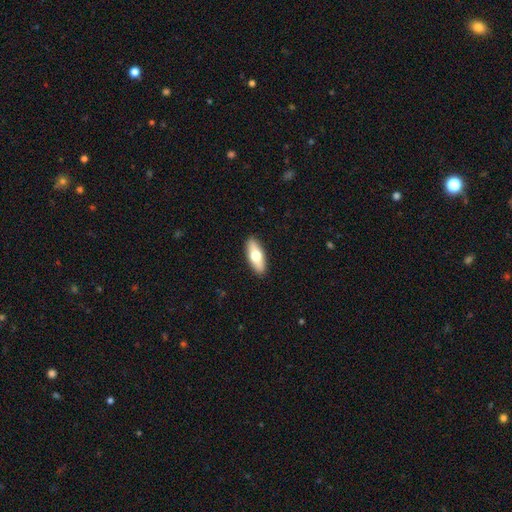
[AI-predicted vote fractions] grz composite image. It shows a smooth galaxy with no disk features (64%) that is in between round and cigar-shaped (68%). Merging: none (90%).